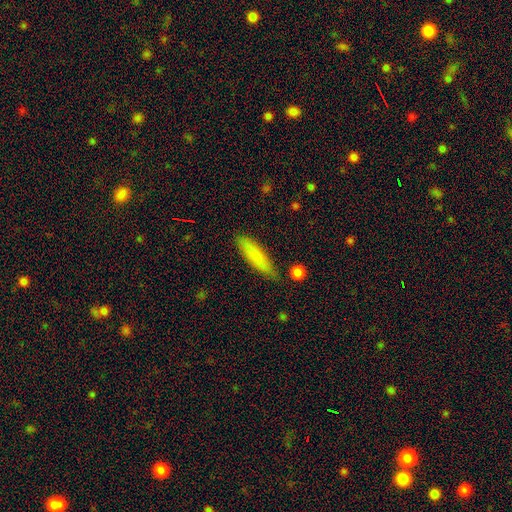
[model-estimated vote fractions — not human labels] smooth_or_featured: smooth (p=0.82) [alt: featured or disk p=0.11]
how_rounded: cigar-shaped (p=0.70) [alt: in between p=0.29]
merging: none (p=0.79) [alt: minor disturbance p=0.15]